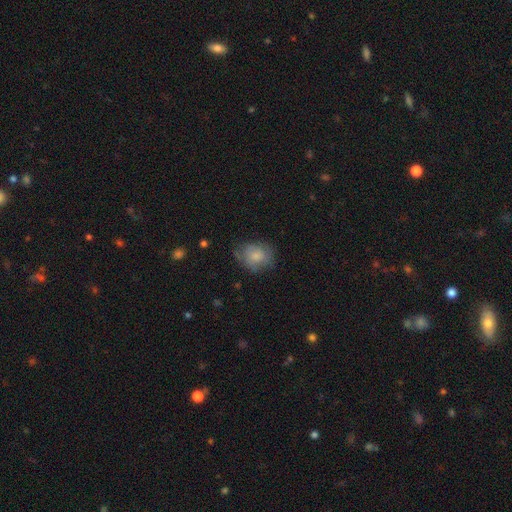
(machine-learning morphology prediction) Smooth or featured? smooth (74%)
How rounded? round (58%)
Merging? none (59%)